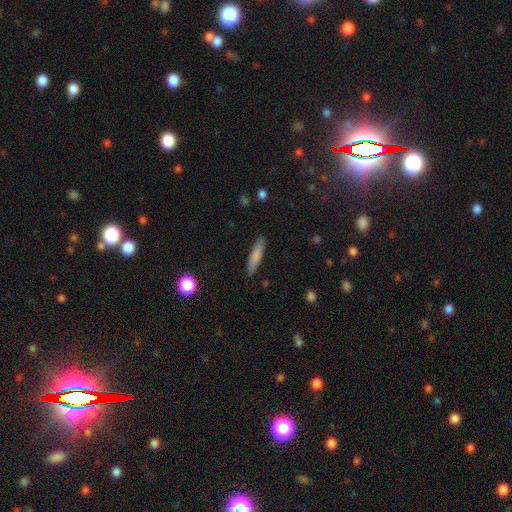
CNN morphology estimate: smooth_or_featured: smooth (p=0.80) [alt: featured or disk p=0.14]
how_rounded: cigar-shaped (p=0.83) [alt: in between p=0.16]
merging: none (p=0.88) [alt: minor disturbance p=0.09]